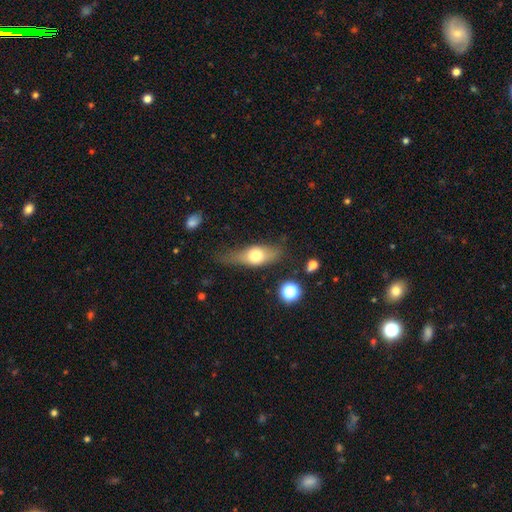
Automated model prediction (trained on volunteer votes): Smooth or featured: smooth — 57% (featured or disk — 36%)
How rounded: in between — 65% (cigar-shaped — 25%)
Merging: none — 57% (minor disturbance — 28%)